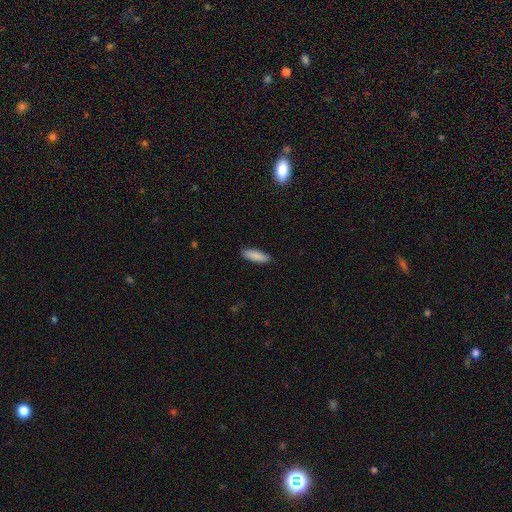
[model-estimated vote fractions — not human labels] This is clearly a smooth galaxy (89%). How rounded: possibly cigar-shaped (50%). Merging: clearly none (90%).